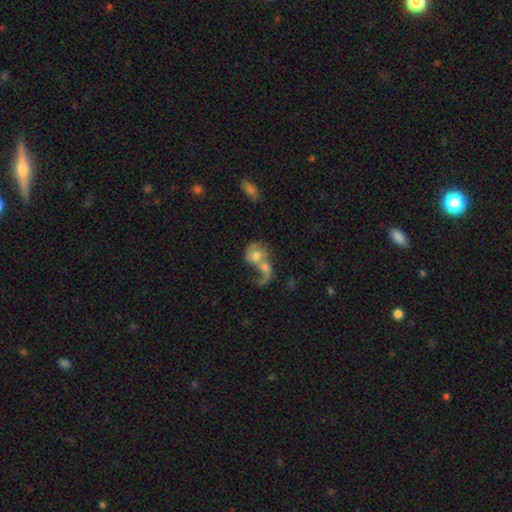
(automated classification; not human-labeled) The model was most divided on "smooth or featured": featured or disk: 53%, smooth: 39%, star or artifact: 8%. More confident: edge-on disk — no (96%); merging — merger (72%); bar — no (72%); spiral arms — yes (64%); bulge size — moderate (58%).